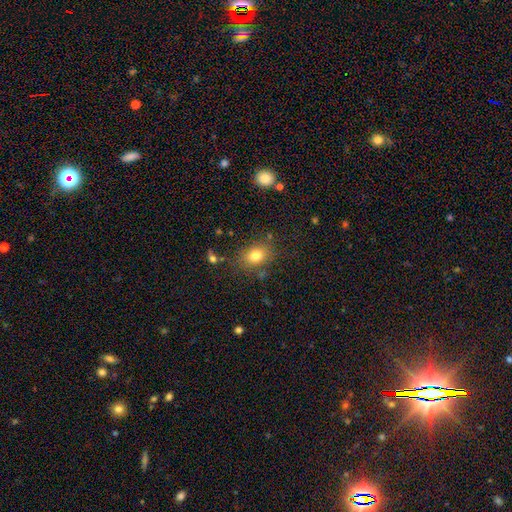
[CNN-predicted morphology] Smooth or featured? smooth (79%)
How rounded? in between (64%)
Merging? none (78%)